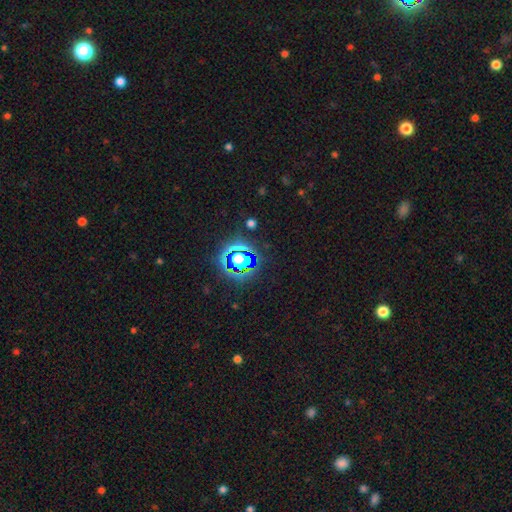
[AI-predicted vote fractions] Morphology: type=star or artifact (79%).